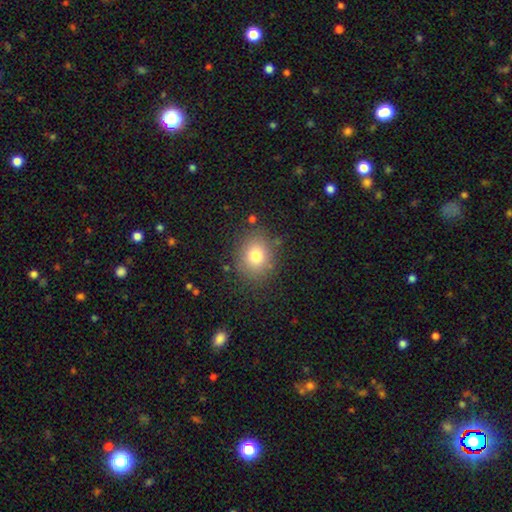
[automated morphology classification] Q: Smooth or featured?
A: smooth (77%); runner-up: star or artifact (12%)
Q: How rounded?
A: round (66%); runner-up: in between (34%)
Q: Merging?
A: none (83%); runner-up: minor disturbance (11%)